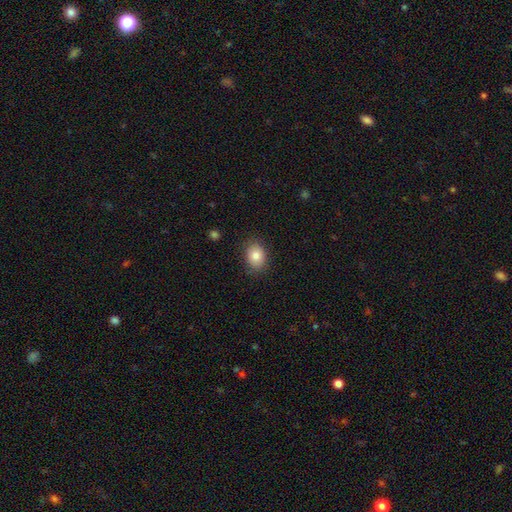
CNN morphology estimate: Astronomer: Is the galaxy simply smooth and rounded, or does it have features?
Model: smooth — 83%.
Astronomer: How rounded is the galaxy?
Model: in between — 59% (runner-up: round, 41%).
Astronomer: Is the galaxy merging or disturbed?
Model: none — 85%.